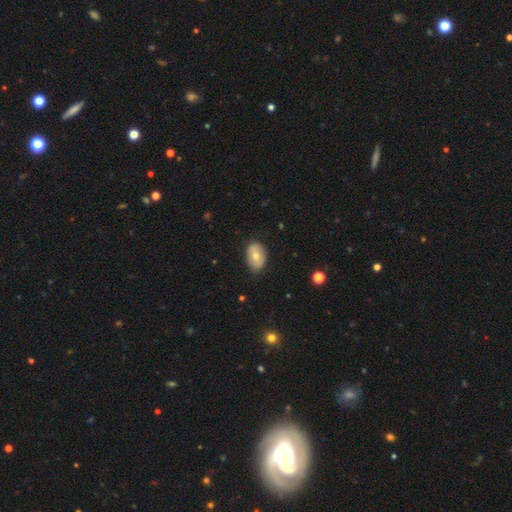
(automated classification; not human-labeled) smooth-or-featured: smooth: 66% | featured or disk: 27% | star or artifact: 7%
  how-rounded: in between: 87% | round: 12% | cigar-shaped: 1%
  merging: none: 81% | minor disturbance: 15% | major disturbance: 3% | merger: 1%